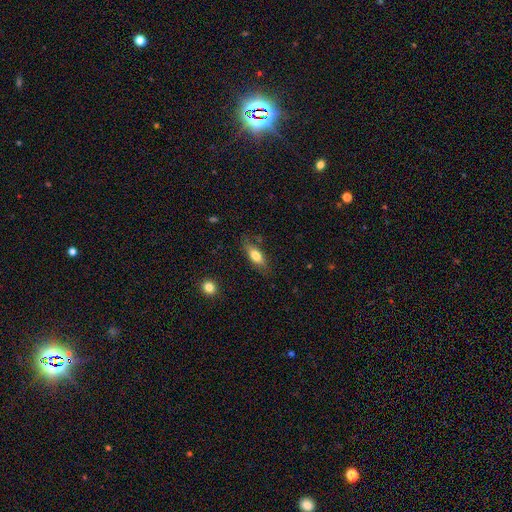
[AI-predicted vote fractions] Smooth or featured?
  - smooth: 75% *
  - featured or disk: 18%
  - star or artifact: 7%
How rounded?
  - in between: 70% *
  - cigar-shaped: 27%
  - round: 3%
Merging?
  - none: 77% *
  - minor disturbance: 17%
  - major disturbance: 4%
  - merger: 2%